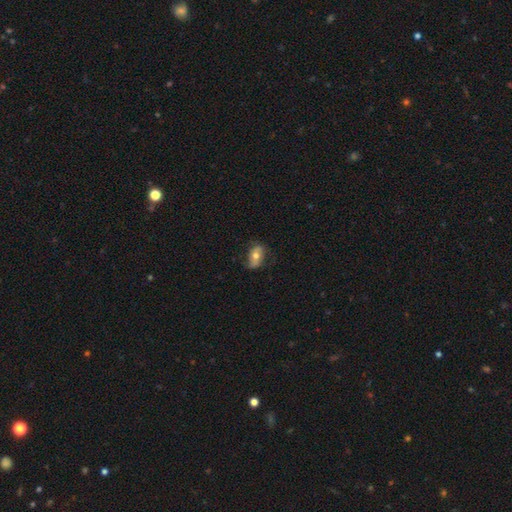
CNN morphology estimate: smooth 60%, featured or disk 33%, star or artifact 8%. Down the decision tree: how rounded — in between (87%); merging — none (72%).